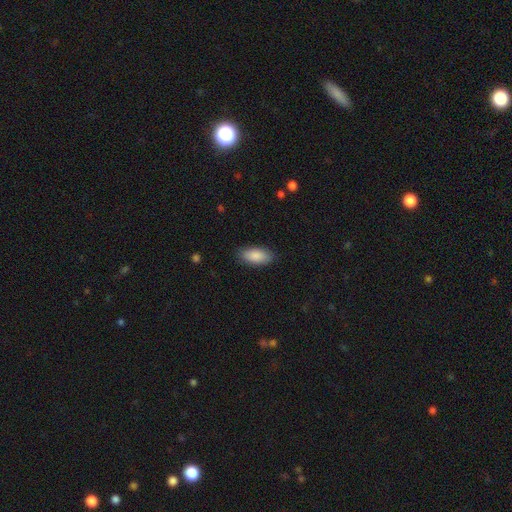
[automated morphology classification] type=smooth (88%); roundness=in between (89%); merging=none (86%).